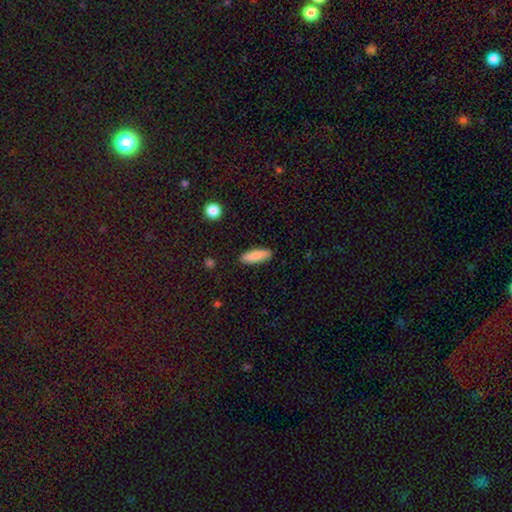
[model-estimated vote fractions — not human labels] This is clearly a smooth galaxy (85%). How rounded: possibly cigar-shaped (49%, tied with in between). Merging: clearly none (88%).